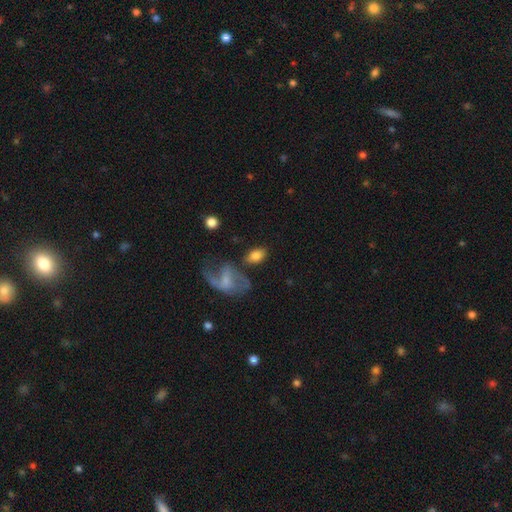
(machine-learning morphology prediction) type=smooth (72%); roundness=in between (88%); merging=none (65%).